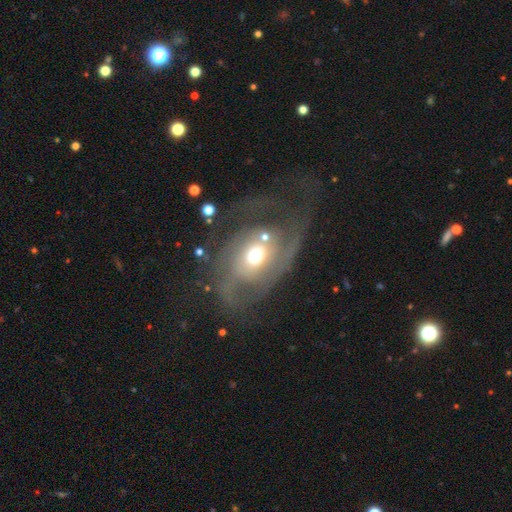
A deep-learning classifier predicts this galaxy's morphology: smooth-or-featured: featured or disk: 64% | smooth: 27% | star or artifact: 8%
  disk-edge-on: no: 95% | yes: 5%
    bar: no: 76% | weak: 18% | strong: 6%
    has-spiral-arms: yes: 65% | no: 35%
    bulge-size: moderate: 62% | small: 22% | large: 12% | dominant: 2% | none: 1%
  merging: major disturbance: 42% | none: 35% | minor disturbance: 17% | merger: 6%